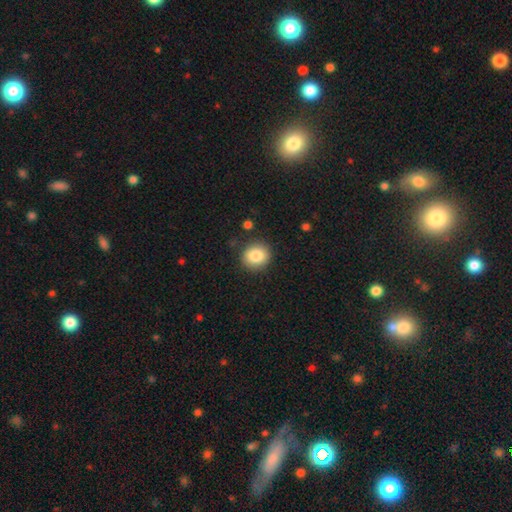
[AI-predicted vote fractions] Smooth or featured? Predicted: smooth (p=0.84). How rounded? Predicted: round (p=0.84). Merging? Predicted: none (p=0.88).